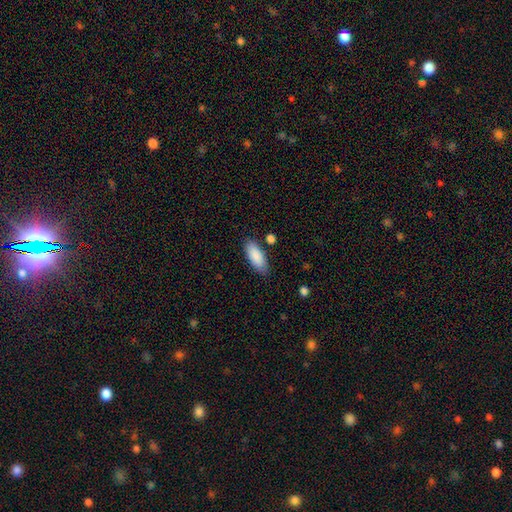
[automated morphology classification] A smooth galaxy with no disk features (88%) that is in between round and cigar-shaped (82%).

Vote fractions:
- Smooth or featured? smooth: 88% / featured or disk: 6% / star or artifact: 6%
- How rounded? in between: 82% / cigar-shaped: 16% / round: 2%
- Merging? none: 82% / minor disturbance: 12% / merger: 3% / major disturbance: 3%